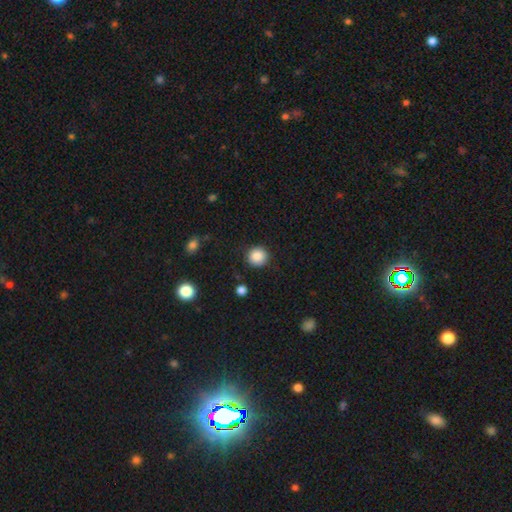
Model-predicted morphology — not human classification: A smooth galaxy with no disk features (87%) that is round (94%). Merging: none (89%).